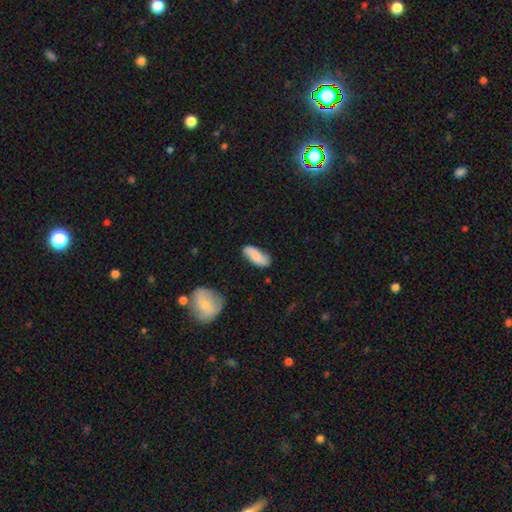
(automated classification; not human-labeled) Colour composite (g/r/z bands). It shows a smooth galaxy with no disk features (77%) that is in between round and cigar-shaped (80%). Merging: none (76%).